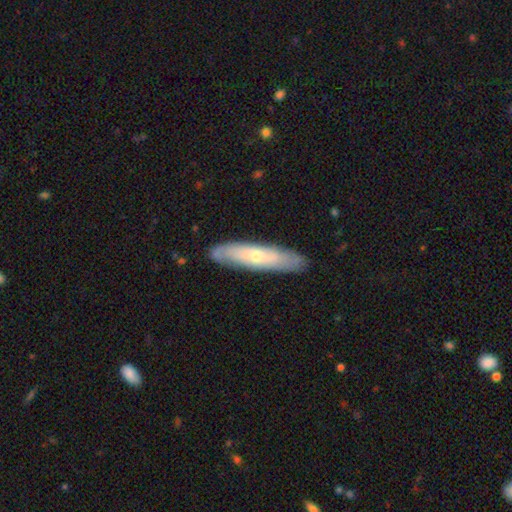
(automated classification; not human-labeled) Smooth or featured? Predicted: featured or disk (p=0.48). Merging? Predicted: none (p=0.84).